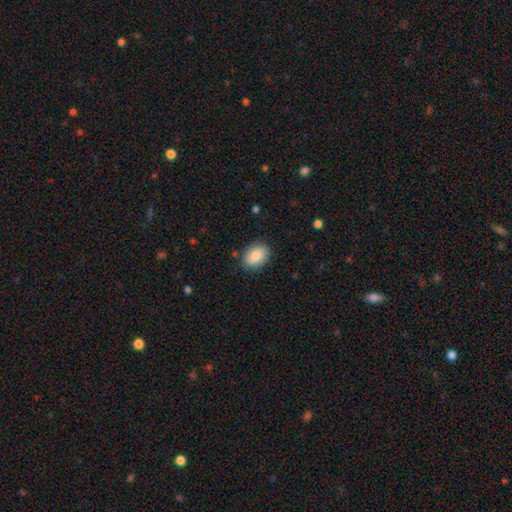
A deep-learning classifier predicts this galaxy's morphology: This is clearly a smooth galaxy (83%). How rounded: likely in between (77%). Merging: clearly none (85%).